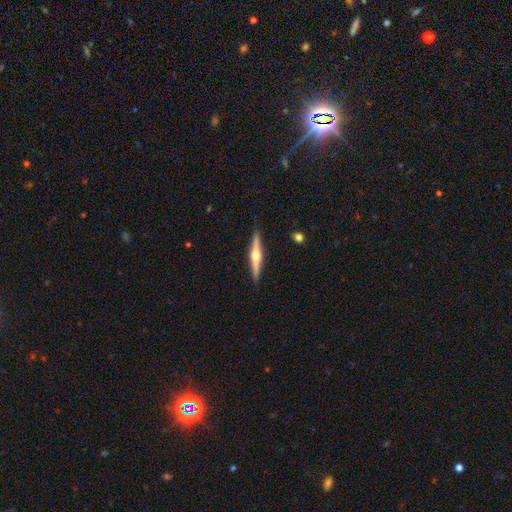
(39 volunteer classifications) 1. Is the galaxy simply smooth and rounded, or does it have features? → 62% featured or disk, 33% smooth, 5% star or artifact.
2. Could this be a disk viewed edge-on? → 100% yes, 0% no.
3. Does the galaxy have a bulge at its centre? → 92% rounded, 8% none, 0% boxy.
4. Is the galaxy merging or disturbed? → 92% none, 8% minor disturbance, 0% major disturbance, 0% merger.